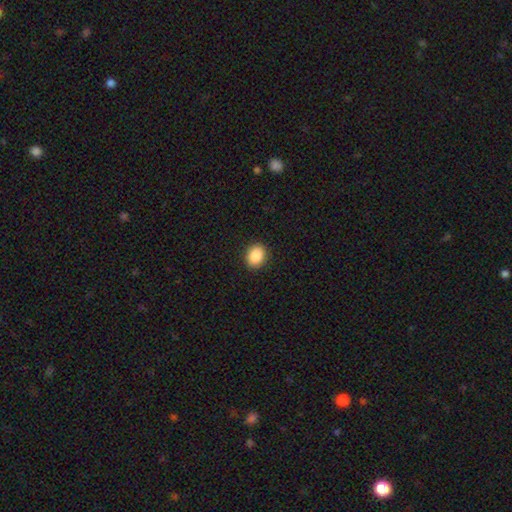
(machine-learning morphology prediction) Smooth or featured: smooth — 89% (star or artifact — 8%)
How rounded: in between — 58% (round — 41%)
Merging: none — 91% (minor disturbance — 6%)